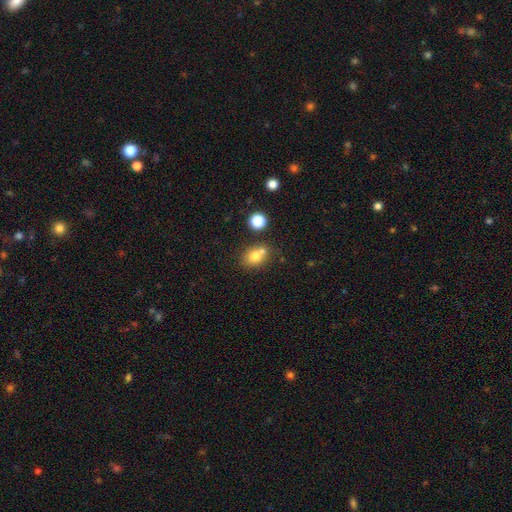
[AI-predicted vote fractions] The model was most divided on "how rounded": round: 53%, in between: 46%, cigar-shaped: 1%. More confident: smooth or featured — smooth (77%); merging — none (52%).